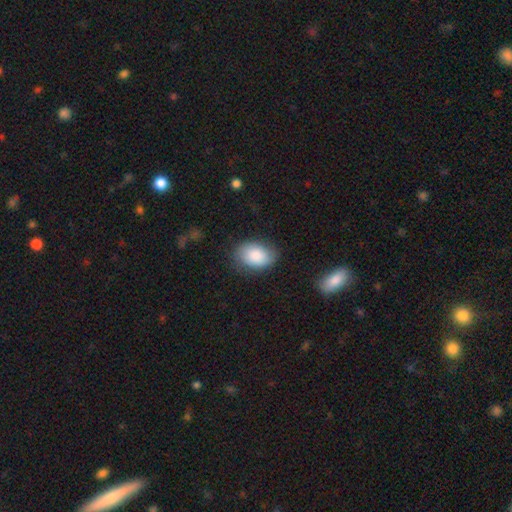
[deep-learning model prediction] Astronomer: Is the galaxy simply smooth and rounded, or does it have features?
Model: smooth — 86%.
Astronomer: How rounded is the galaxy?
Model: in between — 83%.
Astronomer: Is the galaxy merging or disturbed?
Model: none — 76%.